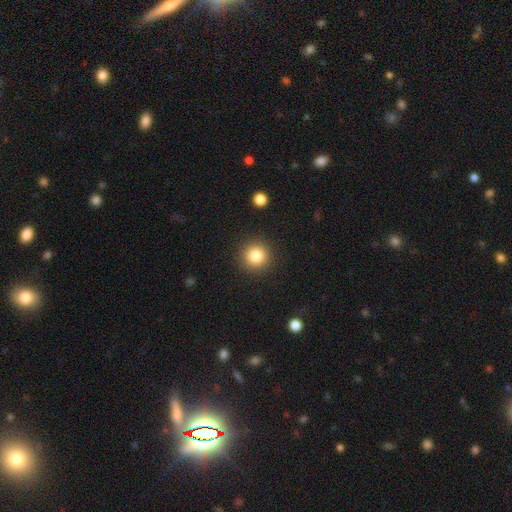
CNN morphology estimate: Smooth or featured? Predicted: smooth (p=0.83). How rounded? Predicted: round (p=0.95). Merging? Predicted: none (p=0.91).